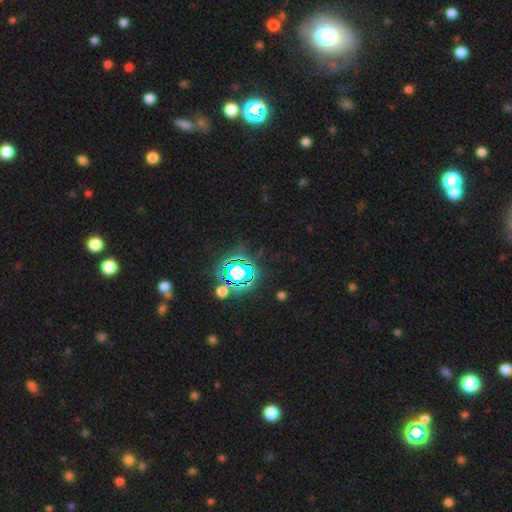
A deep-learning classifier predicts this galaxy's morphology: smooth-or-featured: star or artifact: 79% | smooth: 14% | featured or disk: 8%